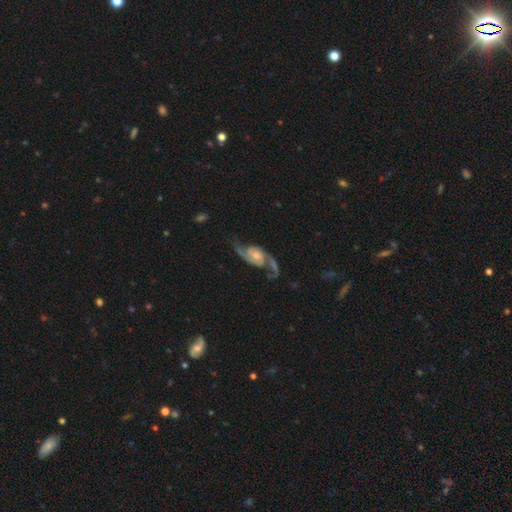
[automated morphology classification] Smooth or featured?
  - featured or disk: 90% *
  - smooth: 5%
  - star or artifact: 5%
Edge-on disk?
  - no: 96% *
  - yes: 4%
Bar?
  - no: 61% *
  - weak: 30%
  - strong: 9%
Spiral arms?
  - yes: 98% *
  - no: 2%
Spiral winding?
  - medium: 44% *
  - loose: 43%
  - tight: 13%
Spiral arm count?
  - 2: 93% *
  - can't tell: 2%
  - 3: 2%
  - 1: 1%
  - 4: 1%
  - more than 4: 1%
Bulge size?
  - moderate: 45% *
  - small: 42%
  - large: 6%
  - none: 5%
  - dominant: 1%
Merging?
  - none: 69% *
  - minor disturbance: 17%
  - major disturbance: 12%
  - merger: 3%